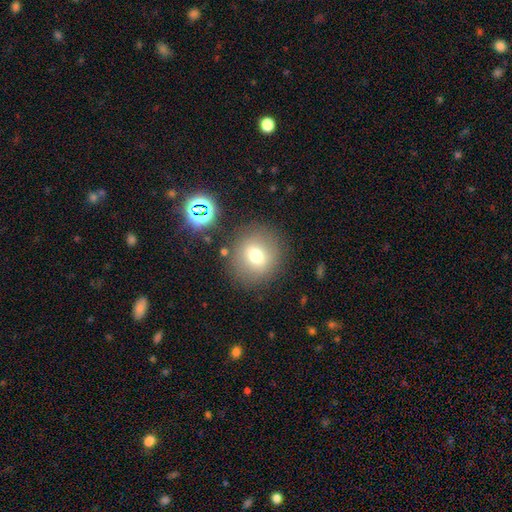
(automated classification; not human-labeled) This is likely a smooth galaxy (68%). How rounded: clearly round (87%). Merging: clearly none (82%).